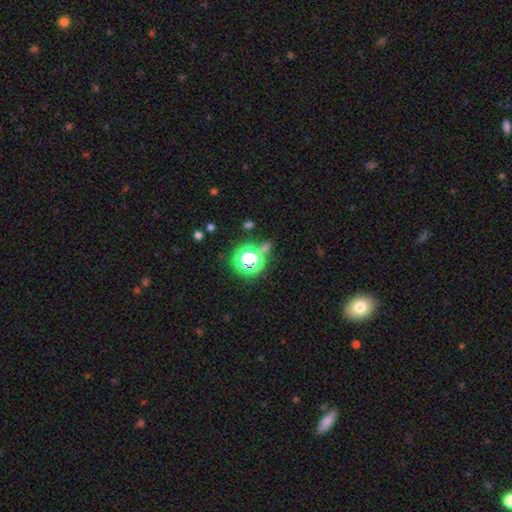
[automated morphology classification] This appears to be a star or artifact, not a galaxy (68%).